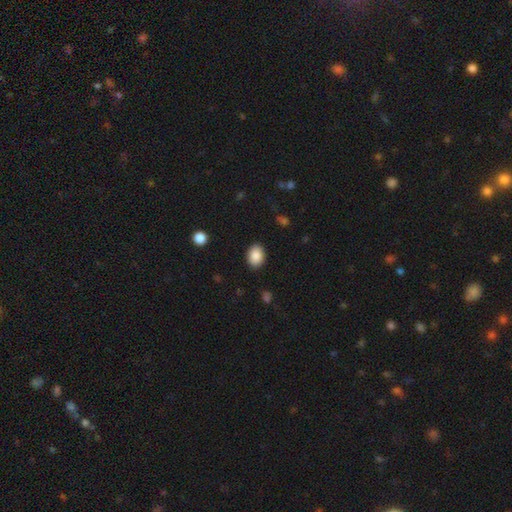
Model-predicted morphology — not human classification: smooth-or-featured: smooth: 89% | star or artifact: 7% | featured or disk: 4%
  how-rounded: in between: 74% | round: 26% | cigar-shaped: 1%
  merging: none: 88% | minor disturbance: 9% | major disturbance: 2% | merger: 1%